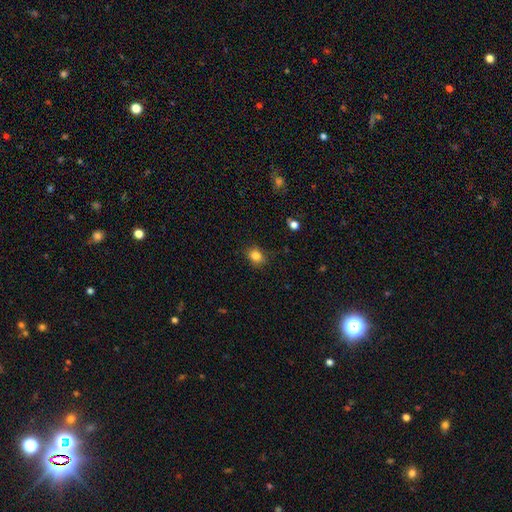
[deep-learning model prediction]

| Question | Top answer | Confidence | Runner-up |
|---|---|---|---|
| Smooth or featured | smooth | 84% | star or artifact (11%) |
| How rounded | round | 53% | in between (46%) |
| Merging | none | 84% | minor disturbance (12%) |